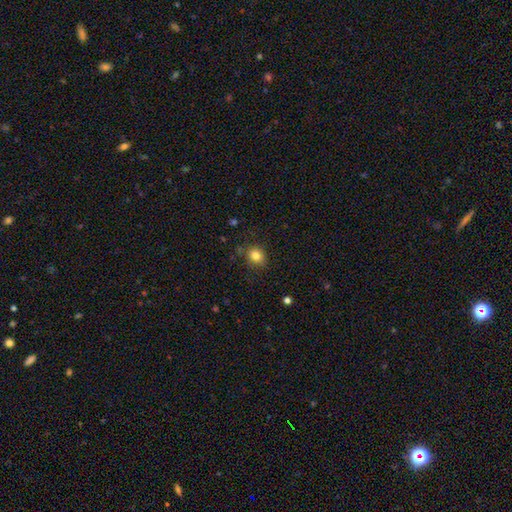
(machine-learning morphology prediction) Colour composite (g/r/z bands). It shows a smooth galaxy with no disk features (82%) that is round (78%). Merging: none (83%).